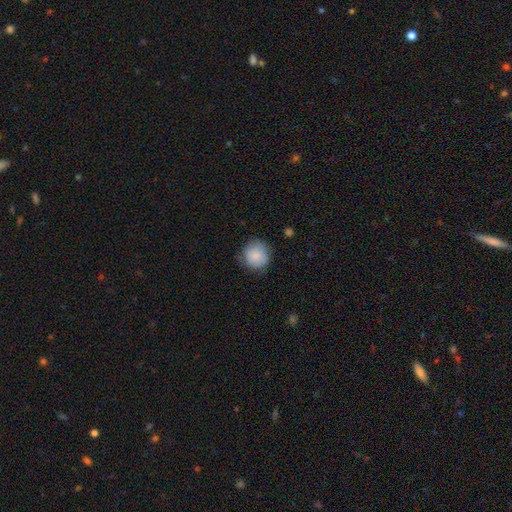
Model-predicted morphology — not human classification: Overall: smooth (86%). How rounded: round (90%). Merging: none (79%).